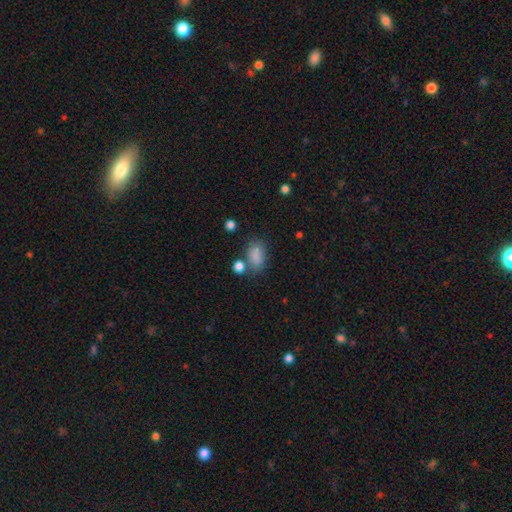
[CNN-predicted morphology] type=smooth (82%); roundness=in between (81%); merging=none (61%).